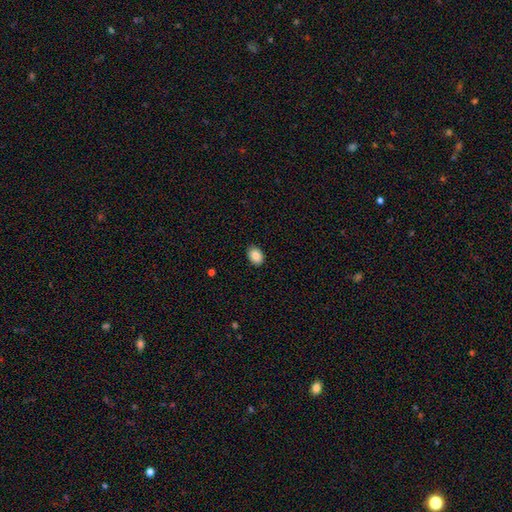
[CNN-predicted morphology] Smooth or featured?
  - smooth: 88% *
  - star or artifact: 8%
  - featured or disk: 4%
How rounded?
  - in between: 77% *
  - round: 22%
  - cigar-shaped: 1%
Merging?
  - none: 89% *
  - minor disturbance: 8%
  - major disturbance: 2%
  - merger: 1%